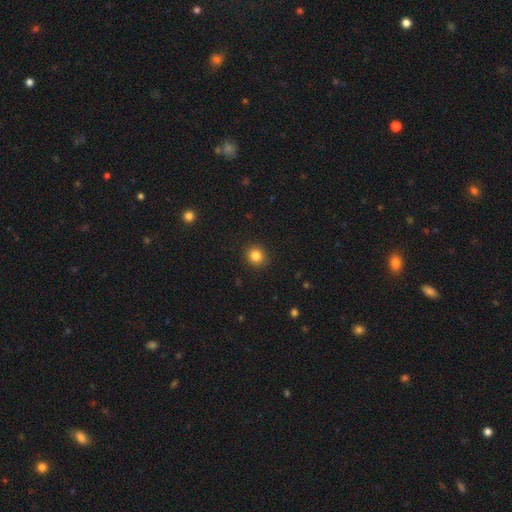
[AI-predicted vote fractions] The model was most divided on "smooth or featured": smooth: 84%, star or artifact: 11%, featured or disk: 5%. More confident: merging — none (90%); how rounded — round (88%).